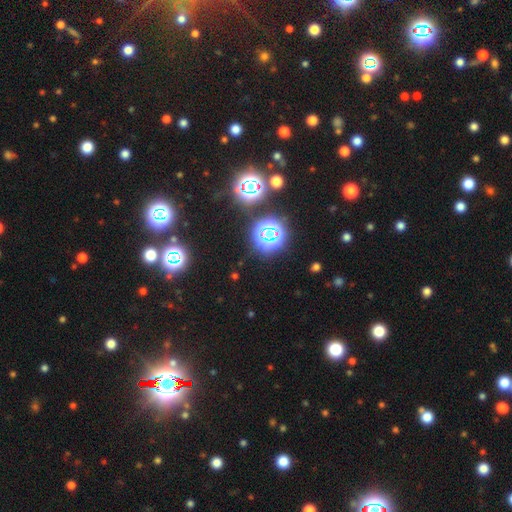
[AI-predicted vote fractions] star or artifact 74%, smooth 19%, featured or disk 7%.